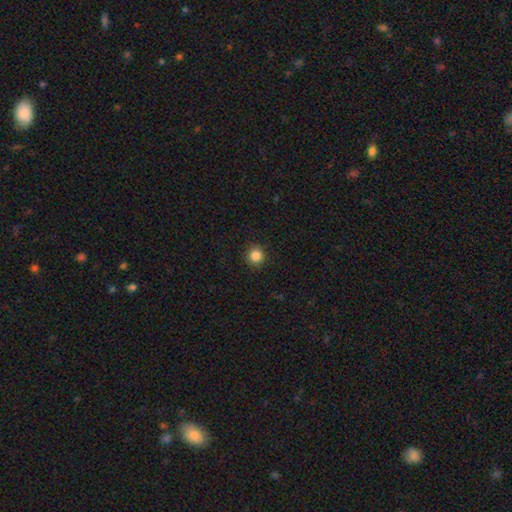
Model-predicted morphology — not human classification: The model was most divided on "smooth or featured": smooth: 85%, star or artifact: 11%, featured or disk: 4%. More confident: how rounded — round (93%); merging — none (91%).